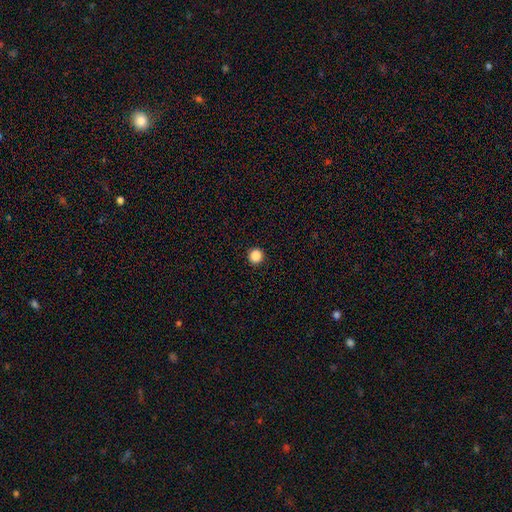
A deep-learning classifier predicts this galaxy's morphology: smooth-or-featured: smooth: 86% | star or artifact: 11% | featured or disk: 3%
  how-rounded: round: 96% | in between: 3% | cigar-shaped: 1%
  merging: none: 94% | minor disturbance: 4% | major disturbance: 1% | merger: 1%